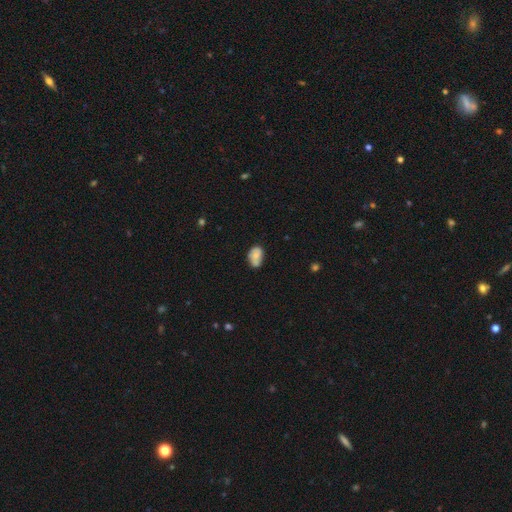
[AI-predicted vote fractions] Overall: smooth (69%). How rounded: in between (83%). Merging: none (48%; minor disturbance 29%).